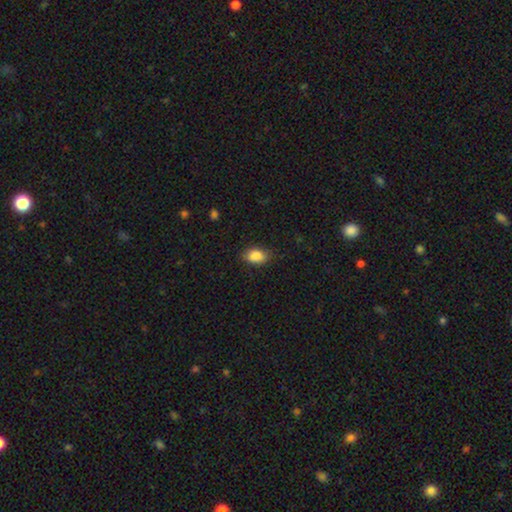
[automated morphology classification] smooth 87%, star or artifact 8%, featured or disk 5%. Down the decision tree: how rounded — in between (85%); merging — none (78%).